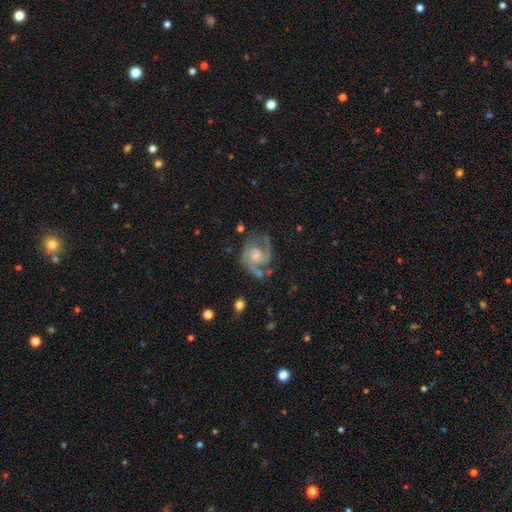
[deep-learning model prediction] This appears to be a featured or disk galaxy (84%) with no bar (68%), 2 (55%) medium (50%) spiral arms (93%) and a small central bulge (54%). Merging: none (51%).